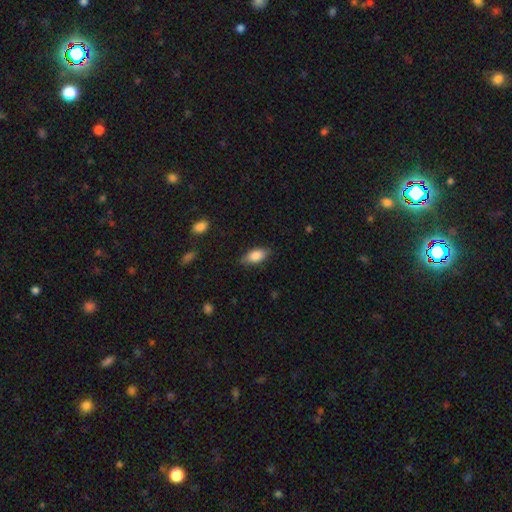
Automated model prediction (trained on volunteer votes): Smooth or featured? Predicted: smooth (p=0.85). How rounded? Predicted: in between (p=0.88). Merging? Predicted: none (p=0.82).